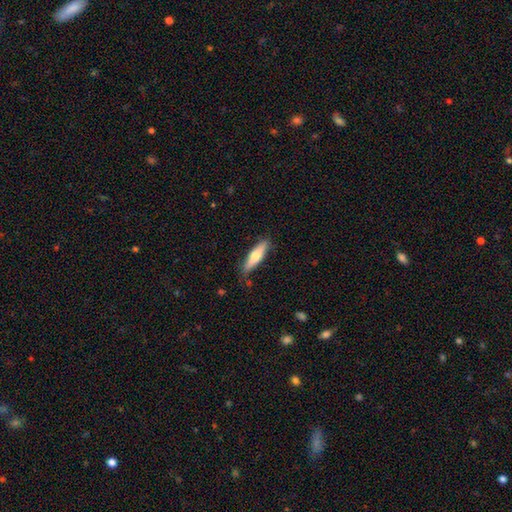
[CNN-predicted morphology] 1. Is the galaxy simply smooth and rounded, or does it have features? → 63% smooth, 32% featured or disk, 6% star or artifact.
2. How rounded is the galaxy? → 69% cigar-shaped, 29% in between, 2% round.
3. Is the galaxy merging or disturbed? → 81% none, 14% minor disturbance, 3% major disturbance, 2% merger.